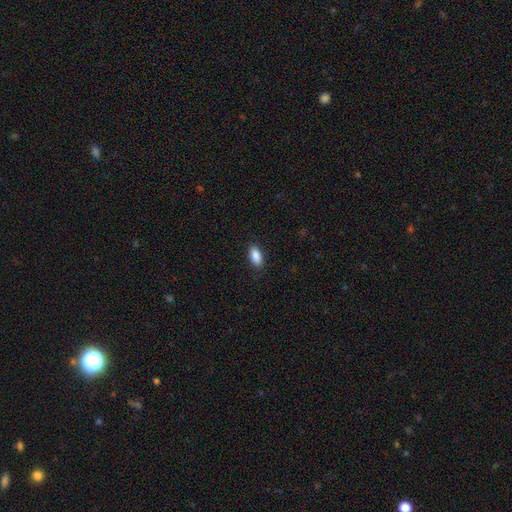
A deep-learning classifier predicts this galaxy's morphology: Smooth or featured?
  - smooth: 89% *
  - star or artifact: 7%
  - featured or disk: 4%
How rounded?
  - in between: 89% *
  - cigar-shaped: 8%
  - round: 3%
Merging?
  - none: 88% *
  - minor disturbance: 9%
  - major disturbance: 2%
  - merger: 1%